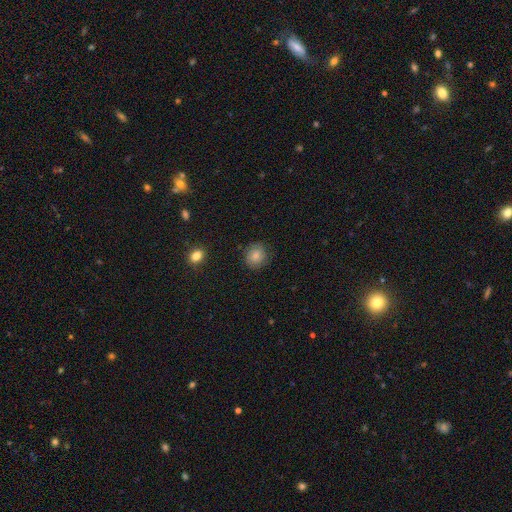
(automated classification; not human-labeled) This appears to be a smooth galaxy with no disk features (75%) that is round (80%). Merging: none (83%).